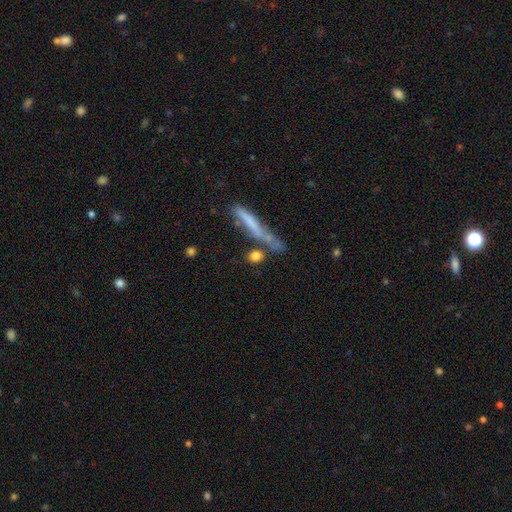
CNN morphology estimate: smooth_or_featured: smooth (p=0.77) [alt: featured or disk p=0.14]
how_rounded: round (p=0.48) [alt: cigar-shaped p=0.32]
merging: none (p=0.67) [alt: merger p=0.15]